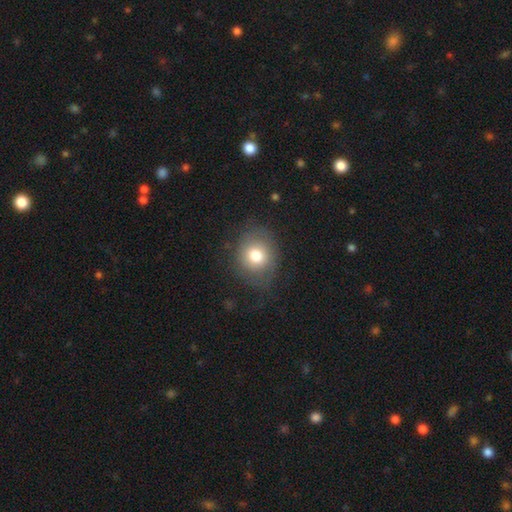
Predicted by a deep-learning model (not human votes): smooth_or_featured: smooth (p=0.76) [alt: featured or disk p=0.14]
how_rounded: round (p=0.70) [alt: in between p=0.29]
merging: none (p=0.71) [alt: minor disturbance p=0.19]